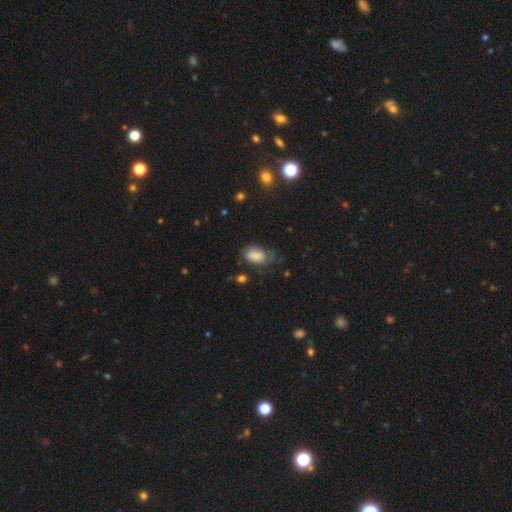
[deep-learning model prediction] smooth-or-featured: smooth: 73% | featured or disk: 18% | star or artifact: 9%
  how-rounded: in between: 91% | round: 7% | cigar-shaped: 2%
  merging: none: 45% | minor disturbance: 31% | major disturbance: 20% | merger: 3%